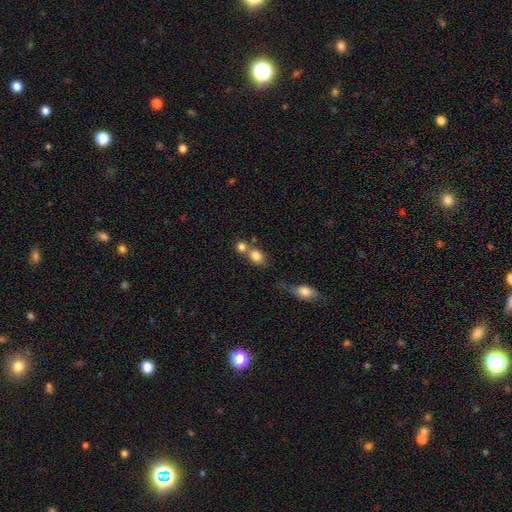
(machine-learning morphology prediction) Q: Smooth or featured?
A: smooth (80%); runner-up: star or artifact (10%)
Q: How rounded?
A: round (56%); runner-up: in between (42%)
Q: Merging?
A: merger (51%); runner-up: none (37%)